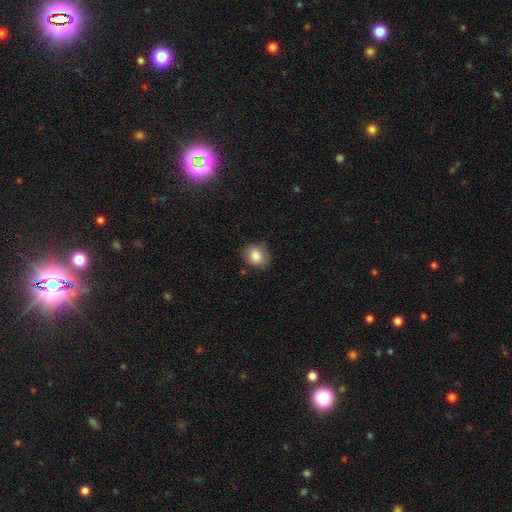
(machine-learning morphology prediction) Smooth or featured? Predicted: smooth (p=0.85). How rounded? Predicted: round (p=0.72). Merging? Predicted: none (p=0.79).